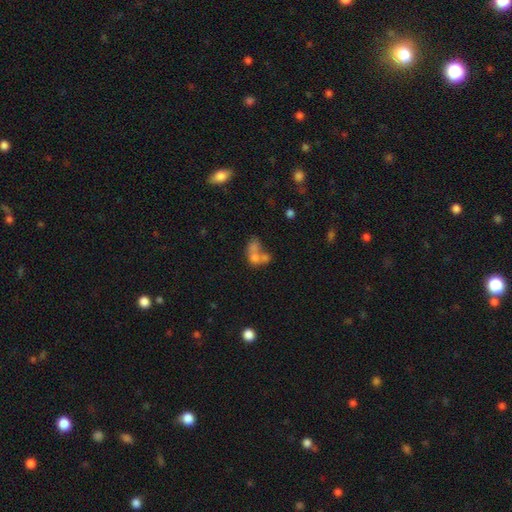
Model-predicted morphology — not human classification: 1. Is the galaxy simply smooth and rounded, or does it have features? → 58% smooth, 28% featured or disk, 14% star or artifact.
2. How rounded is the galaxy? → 64% in between, 33% round, 2% cigar-shaped.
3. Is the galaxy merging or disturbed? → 65% merger, 17% none, 10% major disturbance, 7% minor disturbance.